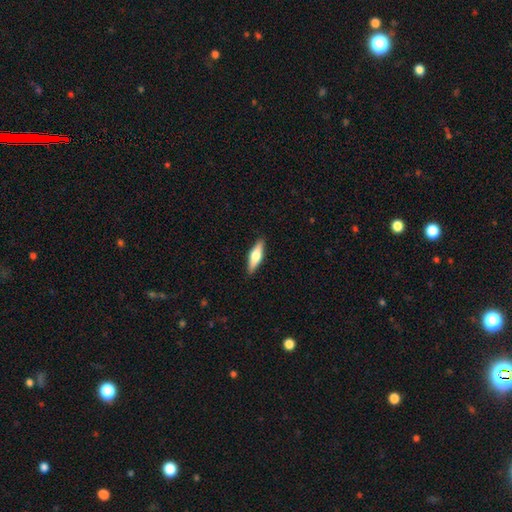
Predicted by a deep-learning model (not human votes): Overall: smooth (48%; featured or disk 46%). Merging: none (90%).